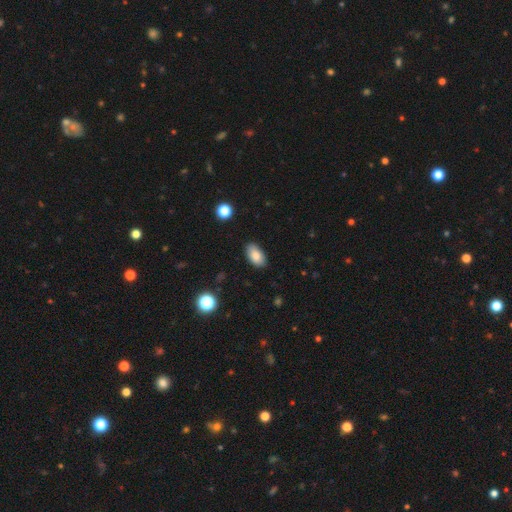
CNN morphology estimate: Smooth or featured?
  - smooth: 84% *
  - star or artifact: 8%
  - featured or disk: 8%
How rounded?
  - in between: 93% *
  - round: 5%
  - cigar-shaped: 2%
Merging?
  - none: 86% *
  - minor disturbance: 11%
  - major disturbance: 2%
  - merger: 1%